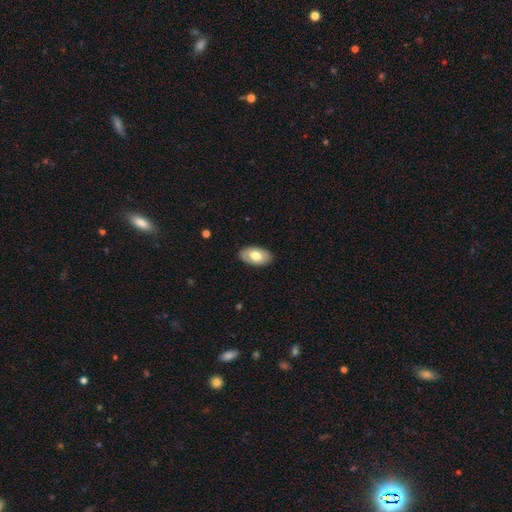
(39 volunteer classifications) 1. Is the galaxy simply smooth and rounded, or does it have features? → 69% smooth, 23% featured or disk, 8% star or artifact.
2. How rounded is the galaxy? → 100% in between, 0% round, 0% cigar-shaped.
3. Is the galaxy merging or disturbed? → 94% none, 6% minor disturbance, 0% major disturbance, 0% merger.